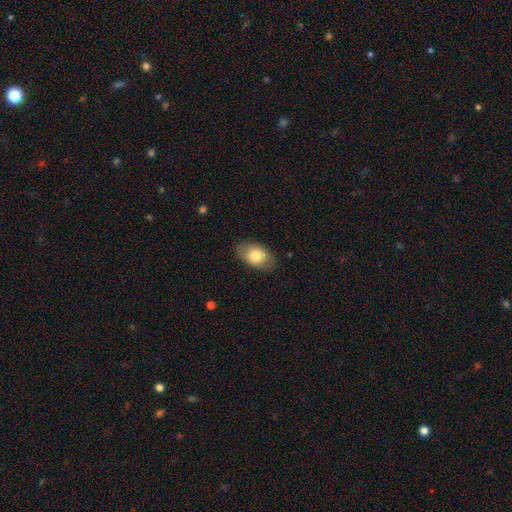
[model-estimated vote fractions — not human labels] Smooth or featured? smooth (79%)
How rounded? in between (90%)
Merging? none (83%)